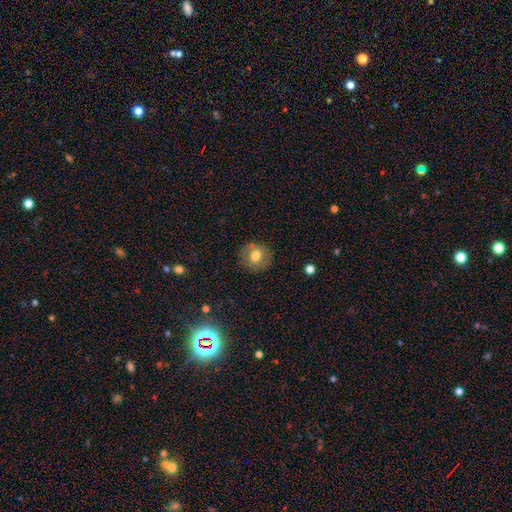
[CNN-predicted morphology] smooth-or-featured: smooth: 71% | featured or disk: 20% | star or artifact: 9%
  how-rounded: round: 86% | in between: 13% | cigar-shaped: 1%
  merging: none: 84% | minor disturbance: 11% | major disturbance: 3% | merger: 2%